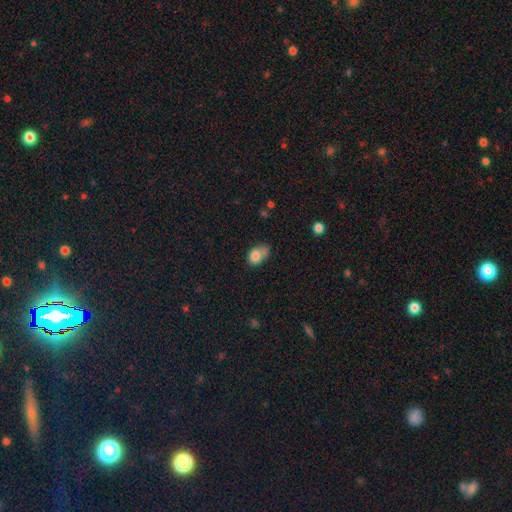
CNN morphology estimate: Smooth or featured? smooth (79%)
How rounded? in between (73%)
Merging? minor disturbance (36%)